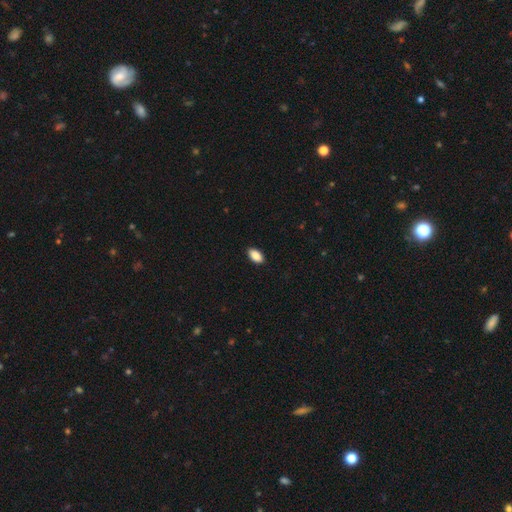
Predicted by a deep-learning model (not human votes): Overall: smooth (90%). How rounded: in between (94%). Merging: none (90%).